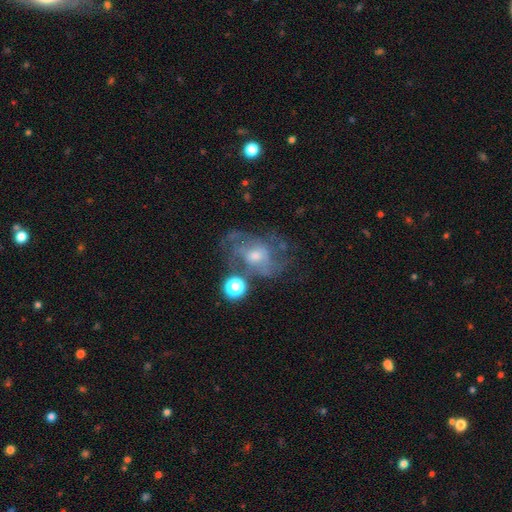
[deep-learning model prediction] This is likely a featured or disk galaxy (68%). It is clearly not viewed edge-on (96%). Bar: likely no (61%). Spiral arm pattern: likely yes (71%). Central bulge: possibly moderate (48%). Merging: possibly none (48%).